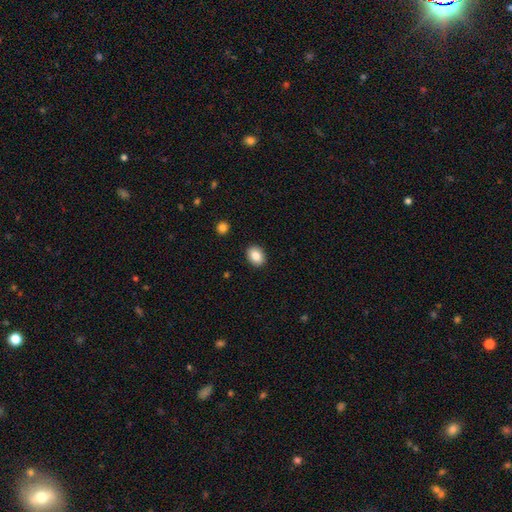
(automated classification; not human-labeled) smooth_or_featured: smooth (p=0.86) [alt: star or artifact p=0.08]
how_rounded: in between (p=0.63) [alt: round p=0.37]
merging: none (p=0.90) [alt: minor disturbance p=0.07]